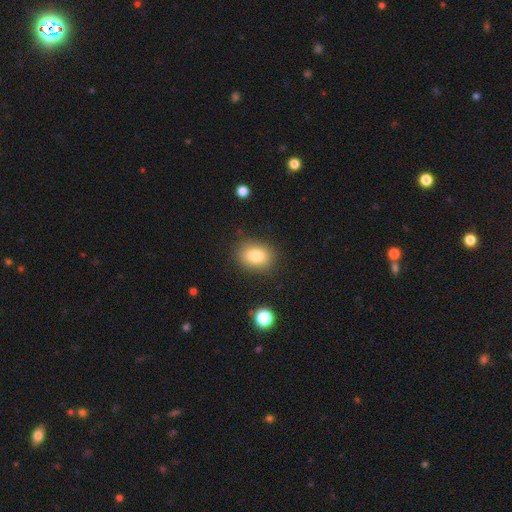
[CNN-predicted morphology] Smooth or featured? smooth (82%)
How rounded? in between (64%)
Merging? none (84%)